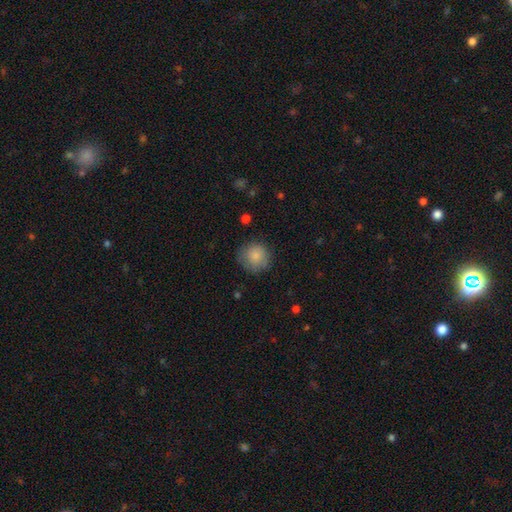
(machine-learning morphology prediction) type=smooth (85%); roundness=round (92%); merging=none (80%).